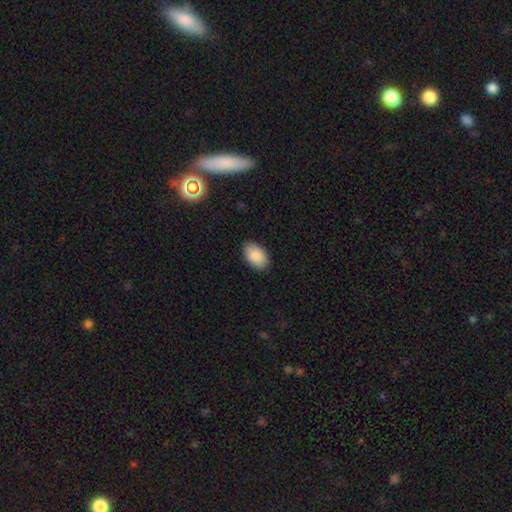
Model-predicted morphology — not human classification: This is clearly a smooth galaxy (89%). How rounded: clearly in between (92%). Merging: clearly none (88%).